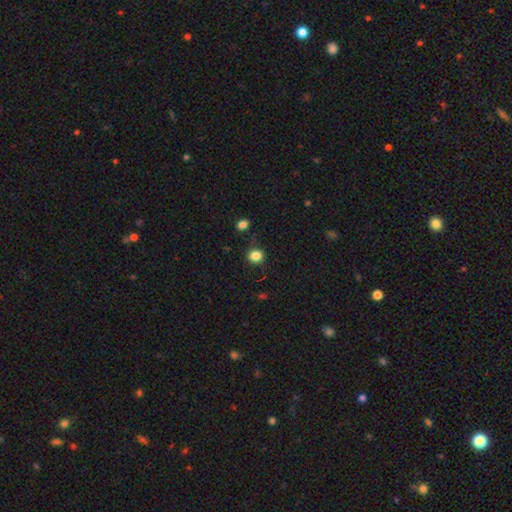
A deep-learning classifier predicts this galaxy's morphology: Smooth or featured: smooth — 84% (star or artifact — 12%)
How rounded: round — 78% (in between — 21%)
Merging: none — 83% (minor disturbance — 11%)